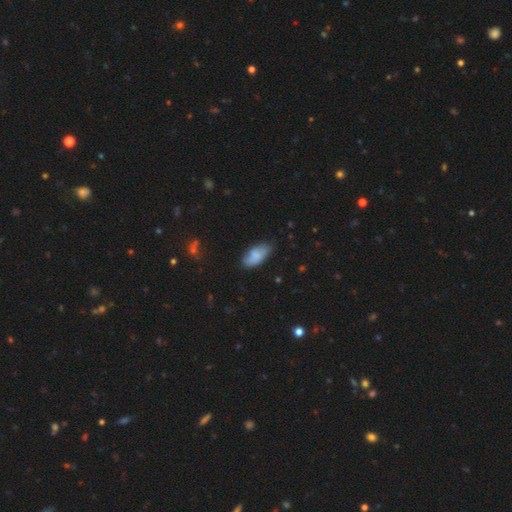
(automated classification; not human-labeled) A smooth galaxy with no disk features (81%) that is in between round and cigar-shaped (90%).

Vote fractions:
- Smooth or featured? smooth: 81% / featured or disk: 13% / star or artifact: 7%
- How rounded? in between: 90% / cigar-shaped: 7% / round: 2%
- Merging? none: 69% / minor disturbance: 24% / major disturbance: 4% / merger: 2%